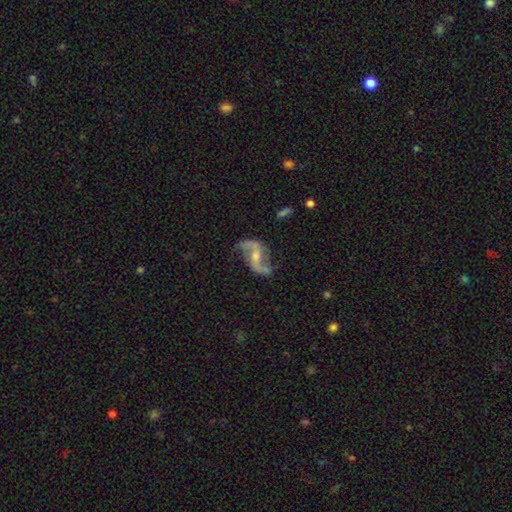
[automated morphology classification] Smooth or featured? Predicted: featured or disk (p=0.89). Edge-on disk? Predicted: no (p=0.97). Bar? Predicted: weak (p=0.40). Spiral arms? Predicted: yes (p=0.96). Spiral winding? Predicted: loose (p=0.78). Spiral arm count? Predicted: 2 (p=0.93). Bulge size? Predicted: moderate (p=0.49). Merging? Predicted: none (p=0.76).